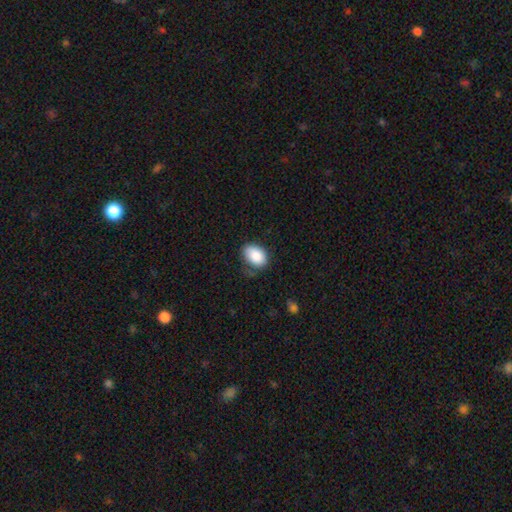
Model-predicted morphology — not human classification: smooth_or_featured: smooth (p=0.87) [alt: star or artifact p=0.07]
how_rounded: in between (p=0.84) [alt: round p=0.15]
merging: none (p=0.64) [alt: minor disturbance p=0.26]